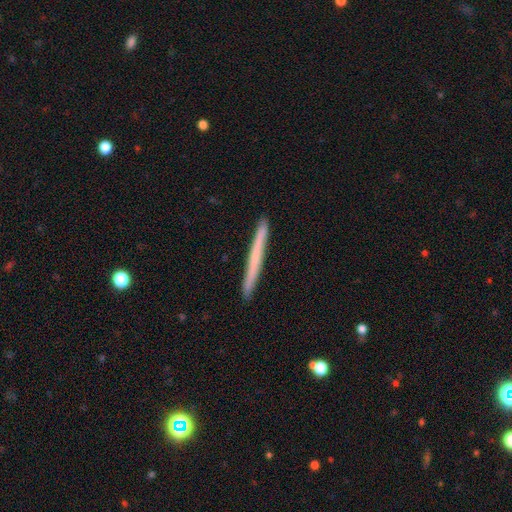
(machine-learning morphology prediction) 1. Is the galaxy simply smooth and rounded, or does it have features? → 56% smooth, 38% featured or disk, 6% star or artifact.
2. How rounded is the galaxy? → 97% cigar-shaped, 1% in between, 1% round.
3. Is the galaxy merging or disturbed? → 93% none, 5% minor disturbance, 1% major disturbance, 1% merger.